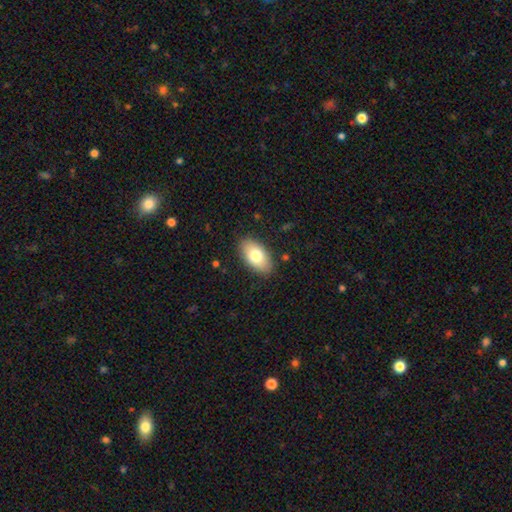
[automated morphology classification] A smooth galaxy with no disk features (76%) that is in between round and cigar-shaped (94%).

Vote fractions:
- Smooth or featured? smooth: 76% / featured or disk: 17% / star or artifact: 7%
- How rounded? in between: 94% / round: 4% / cigar-shaped: 2%
- Merging? none: 87% / minor disturbance: 10% / major disturbance: 2% / merger: 1%